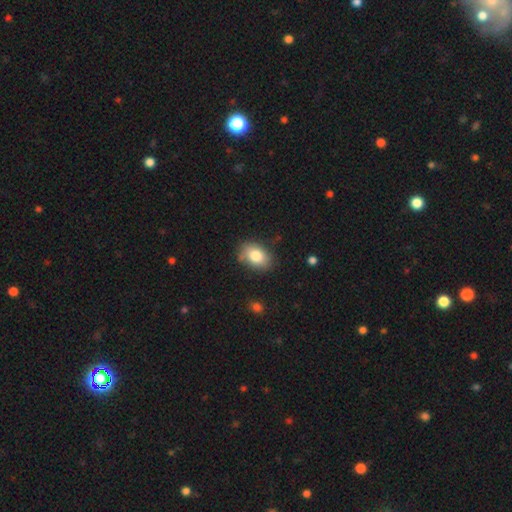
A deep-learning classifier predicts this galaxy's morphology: Q: Smooth or featured?
A: smooth (80%); runner-up: featured or disk (12%)
Q: How rounded?
A: in between (81%); runner-up: round (18%)
Q: Merging?
A: none (78%); runner-up: minor disturbance (16%)